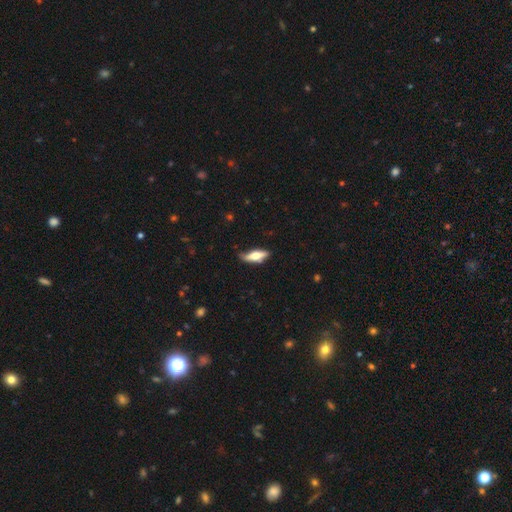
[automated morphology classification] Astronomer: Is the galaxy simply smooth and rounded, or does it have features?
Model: smooth — 51% (runner-up: featured or disk, 43%).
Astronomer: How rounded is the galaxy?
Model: in between — 53% (runner-up: cigar-shaped, 44%).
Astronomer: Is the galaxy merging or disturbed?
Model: none — 69%.